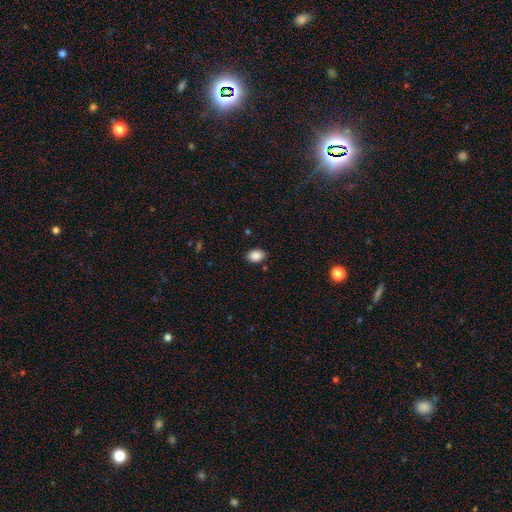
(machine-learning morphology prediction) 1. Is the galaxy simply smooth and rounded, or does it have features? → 88% smooth, 9% star or artifact, 3% featured or disk.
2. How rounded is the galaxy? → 74% in between, 25% round, 1% cigar-shaped.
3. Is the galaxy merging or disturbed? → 86% none, 10% minor disturbance, 2% major disturbance, 2% merger.